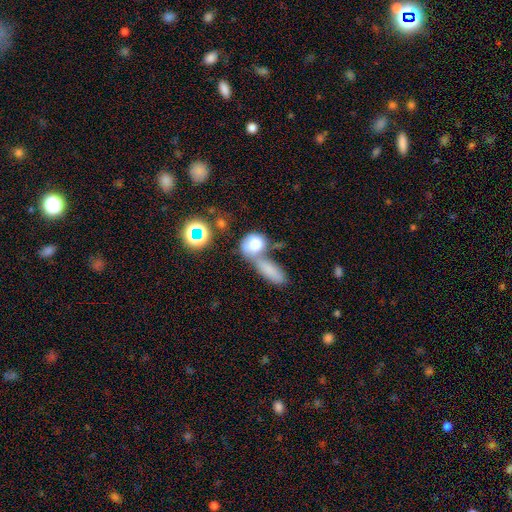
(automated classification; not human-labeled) Smooth or featured: smooth — 47% (star or artifact — 32%)
Merging: none — 51% (merger — 28%)